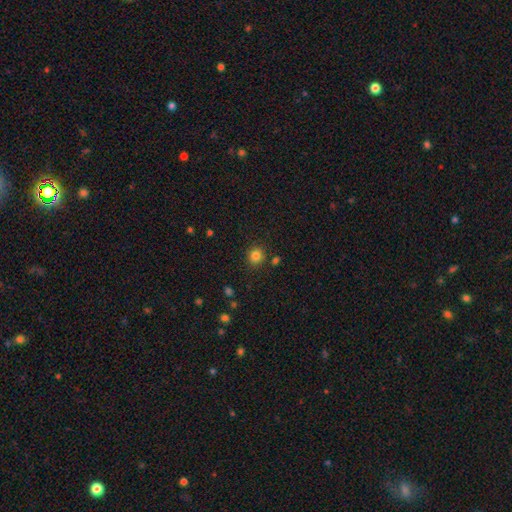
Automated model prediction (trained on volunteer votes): smooth_or_featured: smooth (p=0.82) [alt: star or artifact p=0.13]
how_rounded: round (p=0.89) [alt: in between p=0.10]
merging: none (p=0.87) [alt: minor disturbance p=0.07]